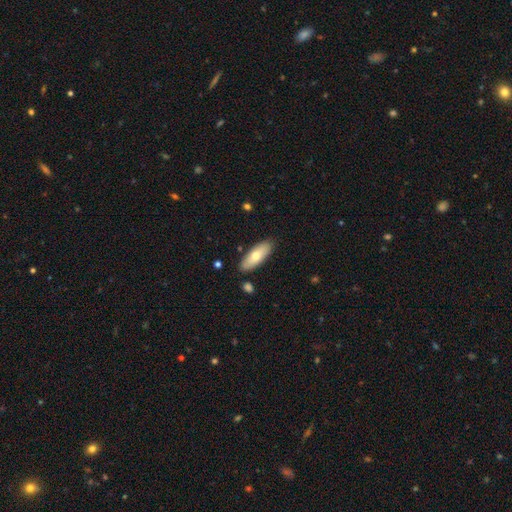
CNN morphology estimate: type=smooth (67%); roundness=in between (71%); merging=none (86%).